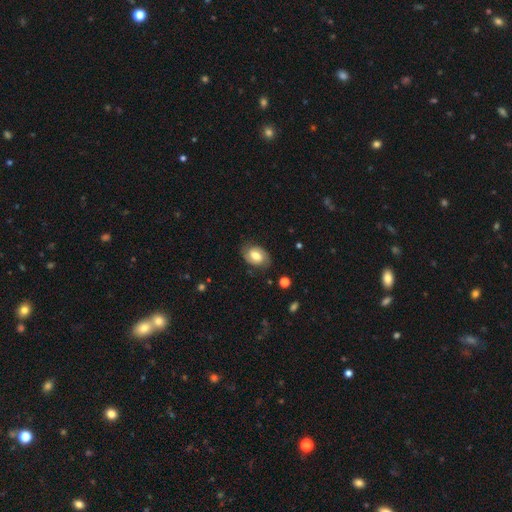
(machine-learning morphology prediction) A smooth galaxy with no disk features (48%).

Vote fractions:
- Smooth or featured? smooth: 48% / featured or disk: 44% / star or artifact: 8%
- Merging? none: 76% / minor disturbance: 17% / major disturbance: 6% / merger: 1%